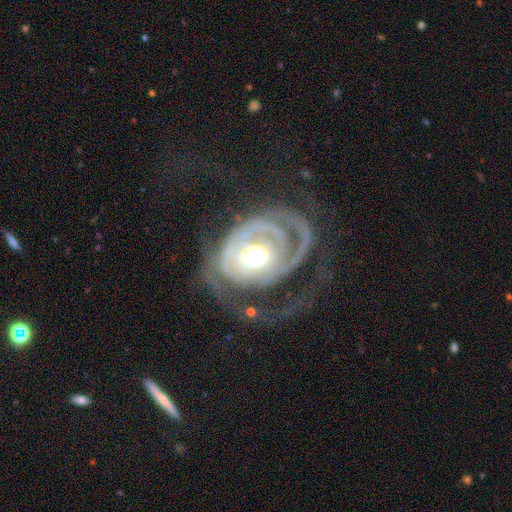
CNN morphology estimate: smooth-or-featured: featured or disk: 86% | smooth: 9% | star or artifact: 5%
  disk-edge-on: no: 97% | yes: 3%
    bar: no: 75% | weak: 18% | strong: 7%
    has-spiral-arms: yes: 87% | no: 13%
      spiral-winding: tight: 57% | medium: 28% | loose: 15%
      spiral-arm-count: 1: 33% | 2: 24% | can't tell: 23% | 3: 10% | 4: 5% | more than 4: 5%
    bulge-size: moderate: 62% | large: 27% | small: 7% | dominant: 3% | none: 1%
  merging: major disturbance: 44% | none: 35% | minor disturbance: 18% | merger: 3%